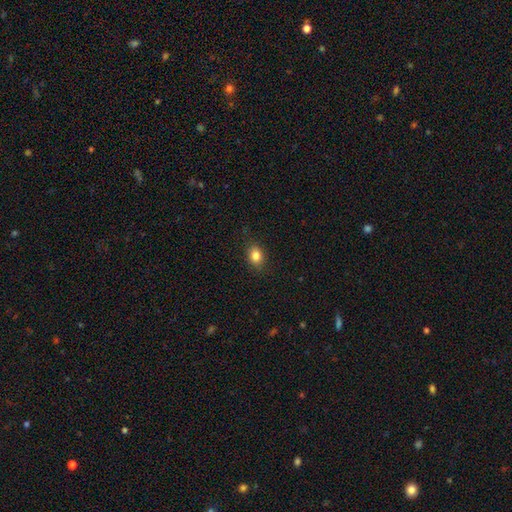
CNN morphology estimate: type=smooth (85%); roundness=in between (63%); merging=none (86%).